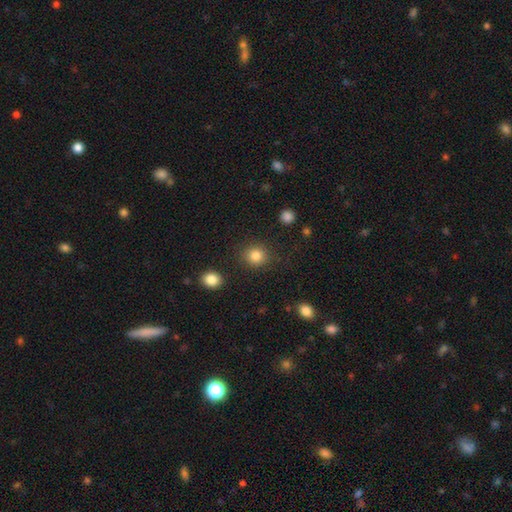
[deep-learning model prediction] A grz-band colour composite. It shows a smooth galaxy with no disk features (84%) that is round (86%). Merging: none (87%).